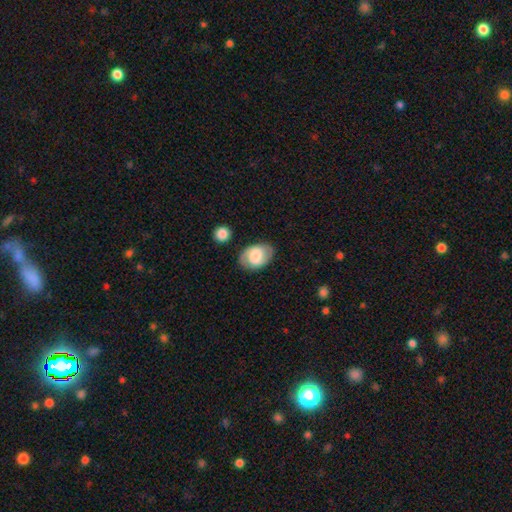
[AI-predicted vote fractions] Q: Smooth or featured?
A: smooth (47%); runner-up: featured or disk (45%)
Q: Merging?
A: none (79%); runner-up: minor disturbance (14%)